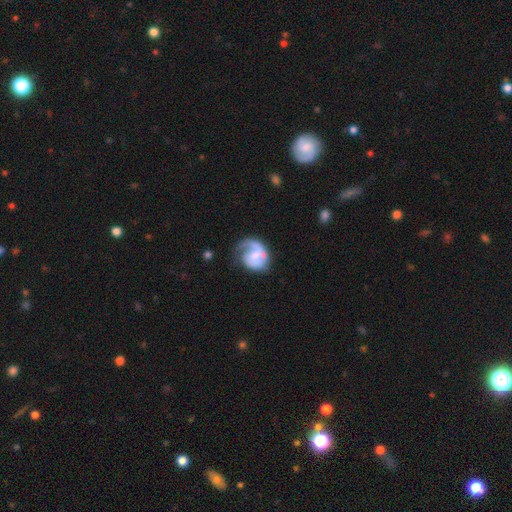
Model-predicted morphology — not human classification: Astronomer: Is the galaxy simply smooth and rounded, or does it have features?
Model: featured or disk — 67%.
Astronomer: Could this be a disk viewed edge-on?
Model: no — 98%.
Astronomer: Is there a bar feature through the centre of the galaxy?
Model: no — 61%.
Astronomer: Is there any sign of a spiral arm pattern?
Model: yes — 87%.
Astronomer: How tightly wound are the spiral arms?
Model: medium — 38% (runner-up: tight, 33%).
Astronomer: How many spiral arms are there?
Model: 1 — 59%.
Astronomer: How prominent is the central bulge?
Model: small — 42% (runner-up: moderate, 36%).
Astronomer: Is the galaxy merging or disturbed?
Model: none — 45% (runner-up: major disturbance, 26%).